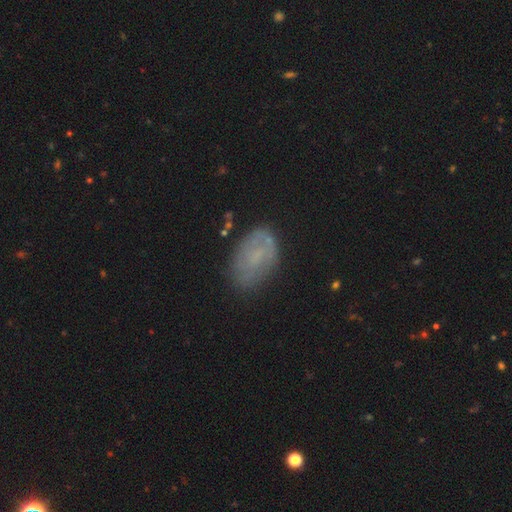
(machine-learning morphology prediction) A smooth galaxy with no disk features (50%).

Vote fractions:
- Smooth or featured? smooth: 50% / featured or disk: 40% / star or artifact: 11%
- Merging? none: 66% / minor disturbance: 22% / major disturbance: 9% / merger: 3%